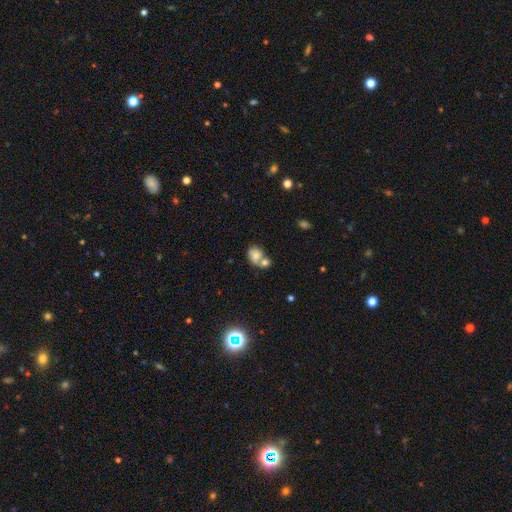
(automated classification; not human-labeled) smooth_or_featured: smooth (p=0.72) [alt: featured or disk p=0.18]
how_rounded: in between (p=0.53) [alt: round p=0.45]
merging: merger (p=0.59) [alt: none p=0.27]